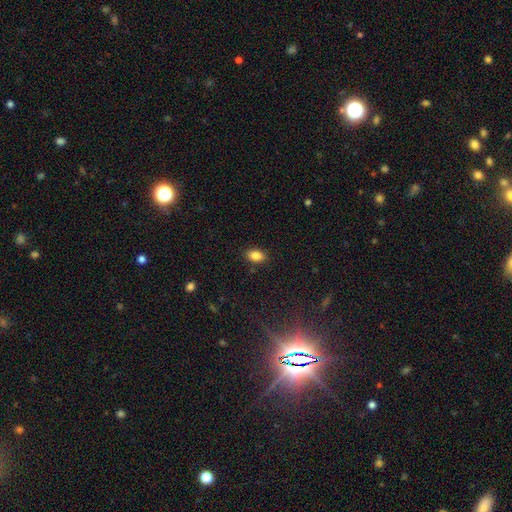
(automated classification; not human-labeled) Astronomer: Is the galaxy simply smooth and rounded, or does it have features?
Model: smooth — 86%.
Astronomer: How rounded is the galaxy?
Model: in between — 89%.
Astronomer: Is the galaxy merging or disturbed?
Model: none — 87%.